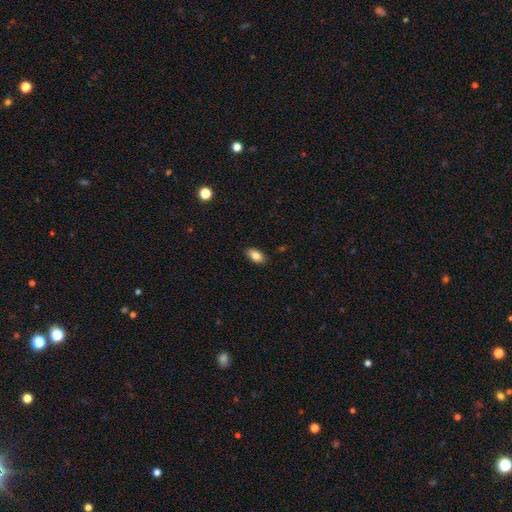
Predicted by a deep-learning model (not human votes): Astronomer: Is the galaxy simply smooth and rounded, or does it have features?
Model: smooth — 85%.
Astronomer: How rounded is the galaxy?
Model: in between — 92%.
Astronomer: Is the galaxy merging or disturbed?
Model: none — 88%.